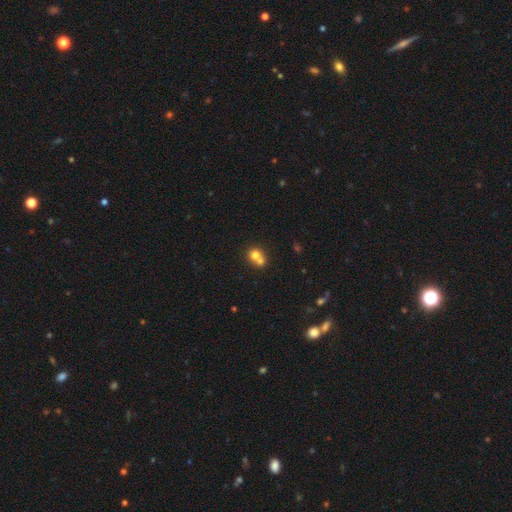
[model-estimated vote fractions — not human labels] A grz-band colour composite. It shows a smooth galaxy with no disk features (72%) that is round (78%). Merging: merger (59%).